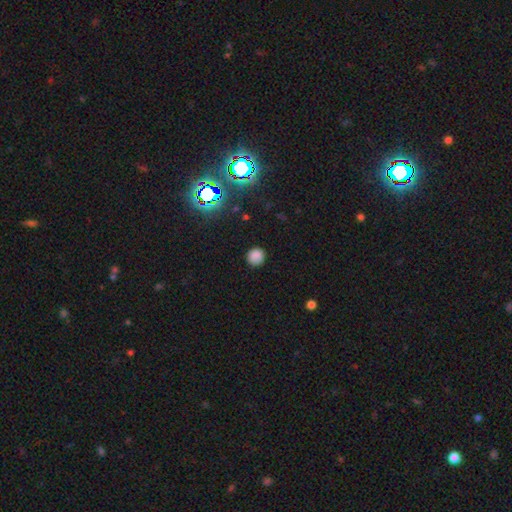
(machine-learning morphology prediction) Smooth or featured: smooth — 81% (star or artifact — 14%)
How rounded: round — 90% (in between — 9%)
Merging: none — 86% (minor disturbance — 10%)